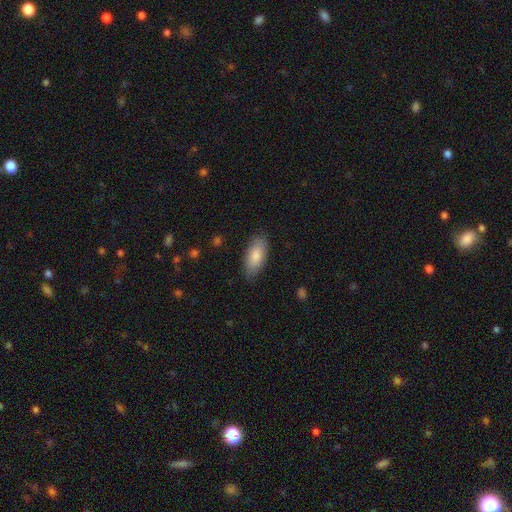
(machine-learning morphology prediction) A smooth galaxy with no disk features (82%) that is in between round and cigar-shaped (87%).

Vote fractions:
- Smooth or featured? smooth: 82% / featured or disk: 13% / star or artifact: 6%
- How rounded? in between: 87% / cigar-shaped: 11% / round: 2%
- Merging? none: 82% / minor disturbance: 14% / major disturbance: 3% / merger: 1%